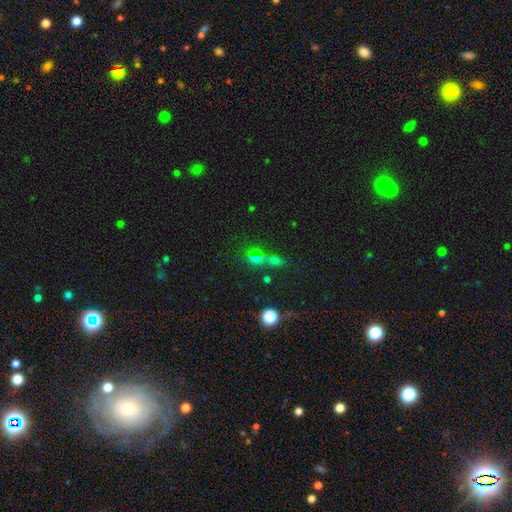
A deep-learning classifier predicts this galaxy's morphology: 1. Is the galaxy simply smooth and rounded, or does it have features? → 46% star or artifact, 41% smooth, 13% featured or disk.